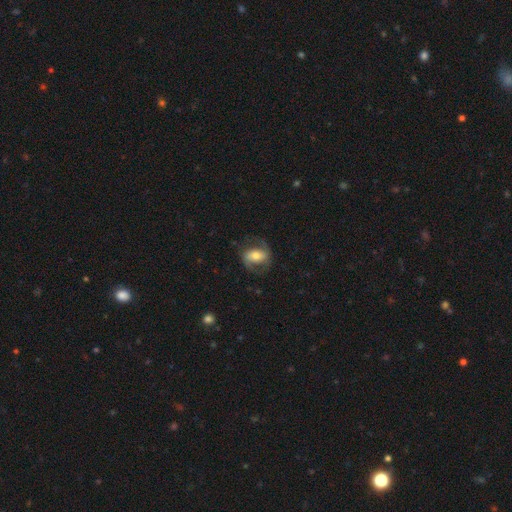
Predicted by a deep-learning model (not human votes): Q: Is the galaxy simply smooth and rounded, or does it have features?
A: featured or disk — 58%.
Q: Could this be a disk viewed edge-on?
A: no — 95%.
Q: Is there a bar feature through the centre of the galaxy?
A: strong — 38%.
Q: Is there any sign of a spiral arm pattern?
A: yes — 80%.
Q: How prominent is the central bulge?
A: moderate — 57%.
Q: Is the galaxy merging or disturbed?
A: none — 69%.